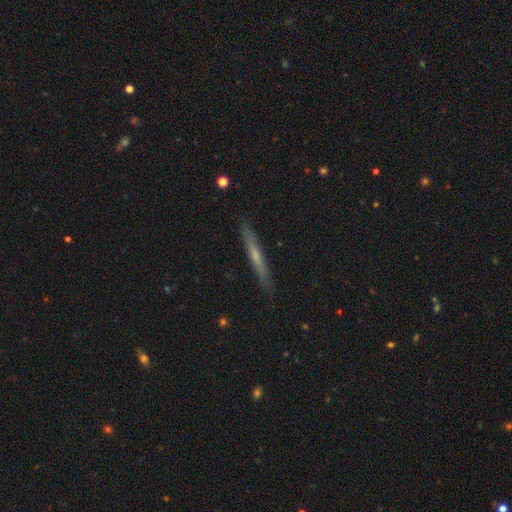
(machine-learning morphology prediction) Smooth or featured?
  - featured or disk: 53% *
  - smooth: 41%
  - star or artifact: 6%
Edge-on disk?
  - yes: 95% *
  - no: 5%
Edge-on bulge?
  - none: 54% *
  - rounded: 41%
  - boxy: 5%
Merging?
  - none: 89% *
  - minor disturbance: 8%
  - major disturbance: 1%
  - merger: 1%